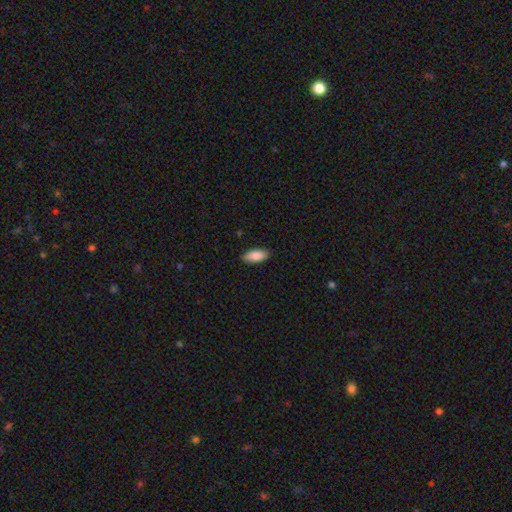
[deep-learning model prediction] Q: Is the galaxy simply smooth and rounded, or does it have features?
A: smooth — 88%.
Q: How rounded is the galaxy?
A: in between — 88%.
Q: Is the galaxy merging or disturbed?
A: none — 88%.